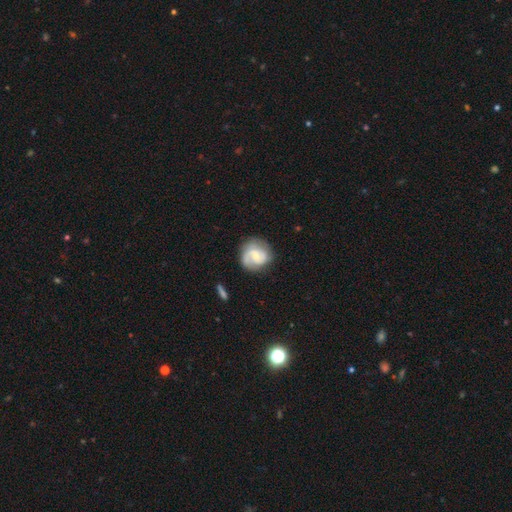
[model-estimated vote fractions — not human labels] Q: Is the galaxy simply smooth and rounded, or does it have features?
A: featured or disk — 73%.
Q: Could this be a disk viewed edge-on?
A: no — 98%.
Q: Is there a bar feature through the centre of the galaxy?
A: weak — 46%.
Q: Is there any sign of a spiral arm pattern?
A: yes — 93%.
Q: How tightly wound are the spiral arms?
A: medium — 44%.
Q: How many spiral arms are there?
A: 2 — 70%.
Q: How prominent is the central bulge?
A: small — 52%.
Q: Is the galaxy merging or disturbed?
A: none — 72%.